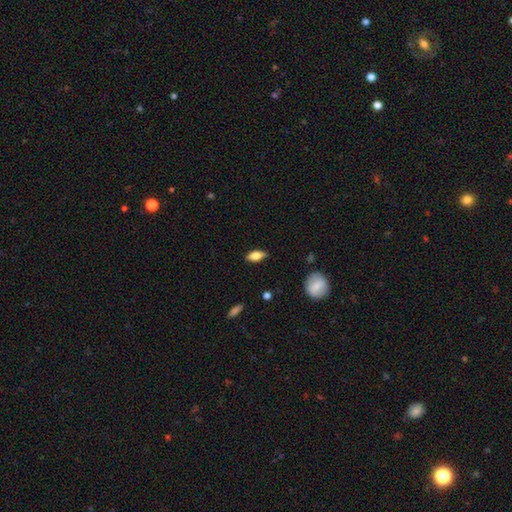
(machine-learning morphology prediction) A smooth galaxy with no disk features (67%) that is in between round and cigar-shaped (78%). Merging: none (86%).